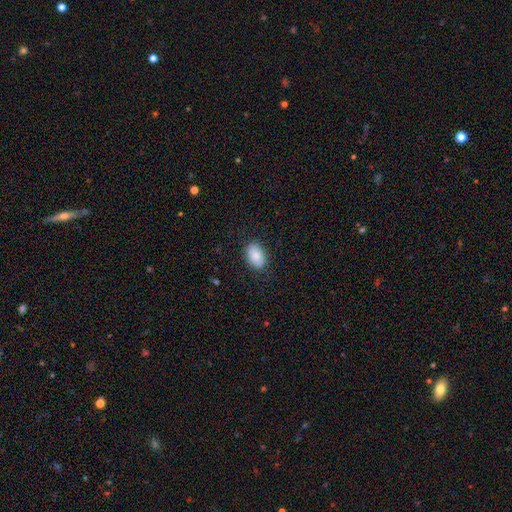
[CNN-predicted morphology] Q: Smooth or featured?
A: smooth (86%); runner-up: featured or disk (7%)
Q: How rounded?
A: in between (90%); runner-up: round (9%)
Q: Merging?
A: none (86%); runner-up: minor disturbance (11%)